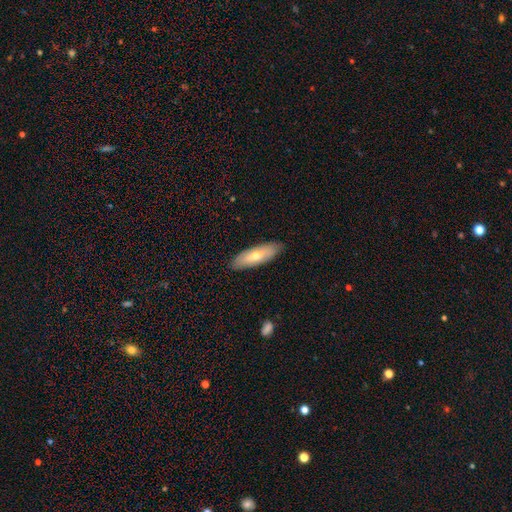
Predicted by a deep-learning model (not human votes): This appears to be a smooth galaxy with no disk features (60%) that is in between round and cigar-shaped (52%). Merging: none (88%).